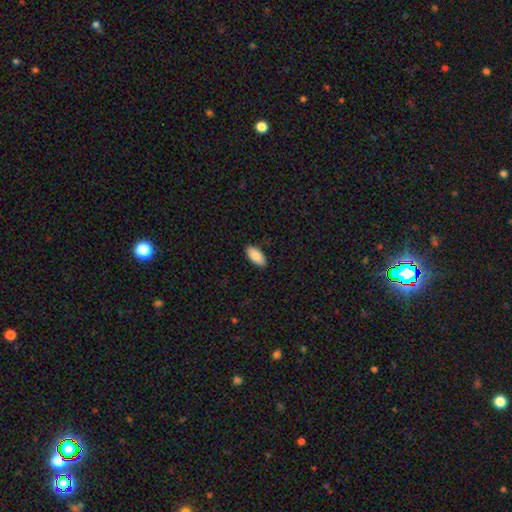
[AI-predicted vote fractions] The model was most divided on "smooth or featured": smooth: 86%, featured or disk: 8%, star or artifact: 6%. More confident: how rounded — in between (91%); merging — none (88%).